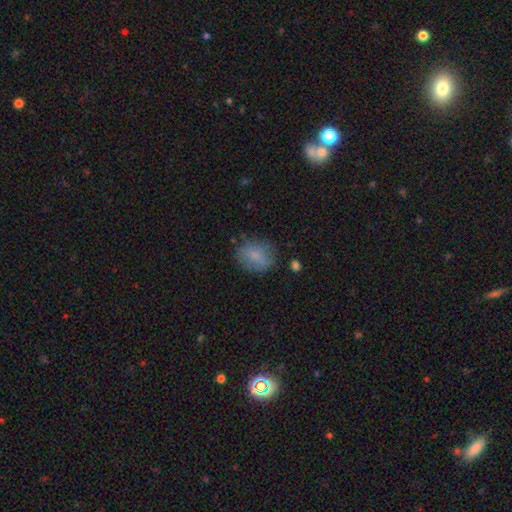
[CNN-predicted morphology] Overall: smooth (76%). How rounded: round (53%; in between 45%). Merging: none (72%).